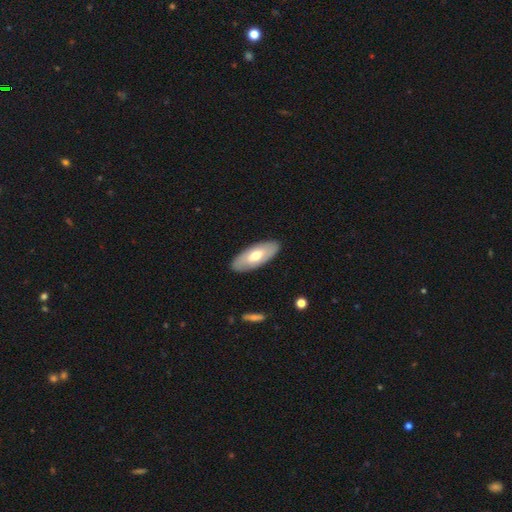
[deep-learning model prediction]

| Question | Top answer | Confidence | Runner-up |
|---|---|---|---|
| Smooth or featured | smooth | 57% | featured or disk (38%) |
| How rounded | in between | 86% | cigar-shaped (12%) |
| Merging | none | 89% | minor disturbance (8%) |